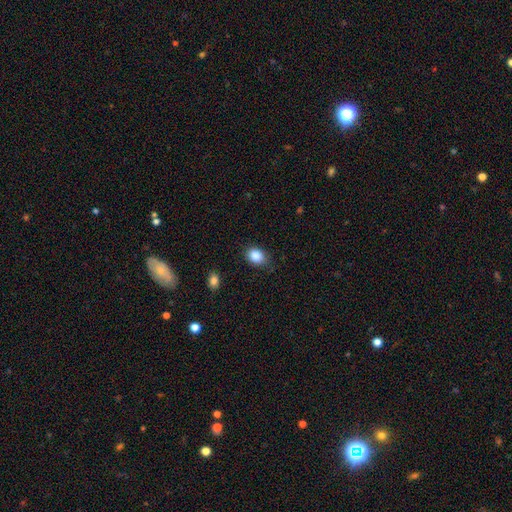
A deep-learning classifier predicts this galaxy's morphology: smooth-or-featured: smooth: 87% | star or artifact: 9% | featured or disk: 4%
  how-rounded: in between: 60% | round: 39% | cigar-shaped: 1%
  merging: none: 81% | minor disturbance: 15% | major disturbance: 3% | merger: 1%